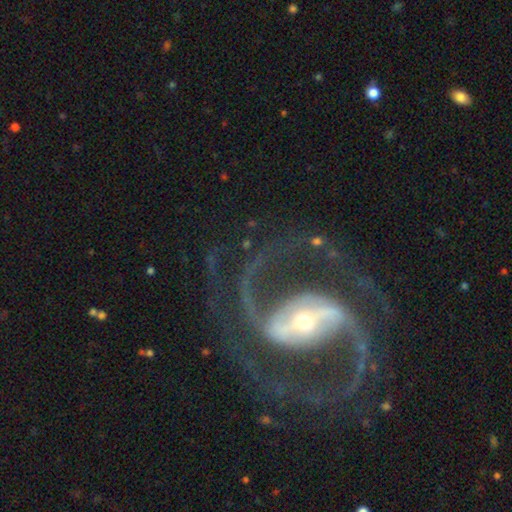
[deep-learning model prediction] Q: Smooth or featured?
A: featured or disk (92%); runner-up: star or artifact (5%)
Q: Edge-on disk?
A: no (97%); runner-up: yes (3%)
Q: Bar?
A: strong (63%); runner-up: weak (26%)
Q: Spiral arms?
A: yes (98%); runner-up: no (2%)
Q: Spiral winding?
A: medium (63%); runner-up: loose (21%)
Q: Spiral arm count?
A: 2 (91%); runner-up: 3 (3%)
Q: Bulge size?
A: small (53%); runner-up: moderate (39%)
Q: Merging?
A: none (77%); runner-up: minor disturbance (11%)